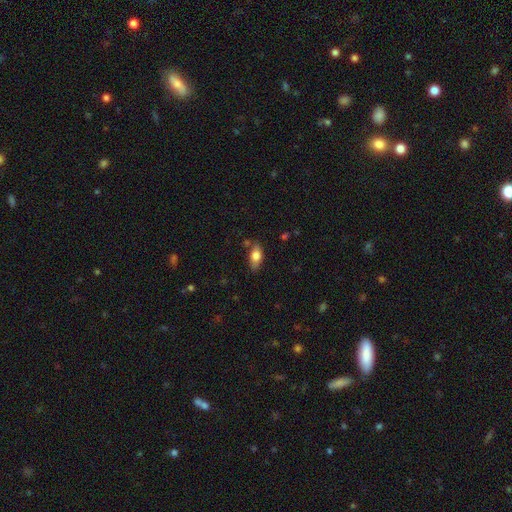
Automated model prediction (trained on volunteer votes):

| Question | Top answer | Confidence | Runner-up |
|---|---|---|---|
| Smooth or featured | smooth | 72% | featured or disk (21%) |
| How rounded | in between | 85% | cigar-shaped (11%) |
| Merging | none | 75% | minor disturbance (18%) |